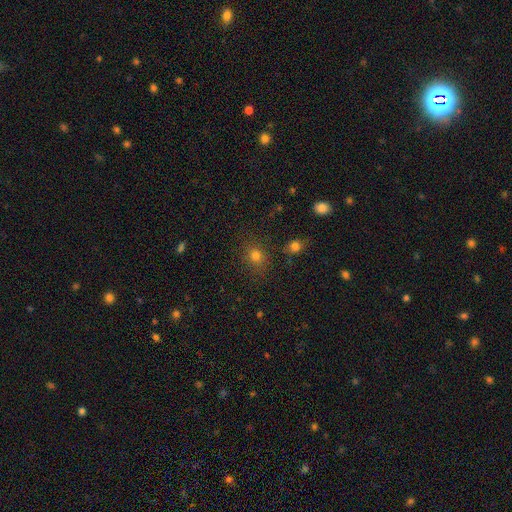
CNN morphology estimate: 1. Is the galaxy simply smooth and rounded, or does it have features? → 76% smooth, 17% star or artifact, 7% featured or disk.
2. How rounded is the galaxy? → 66% round, 32% in between, 1% cigar-shaped.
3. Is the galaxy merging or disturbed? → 81% none, 11% minor disturbance, 4% major disturbance, 4% merger.